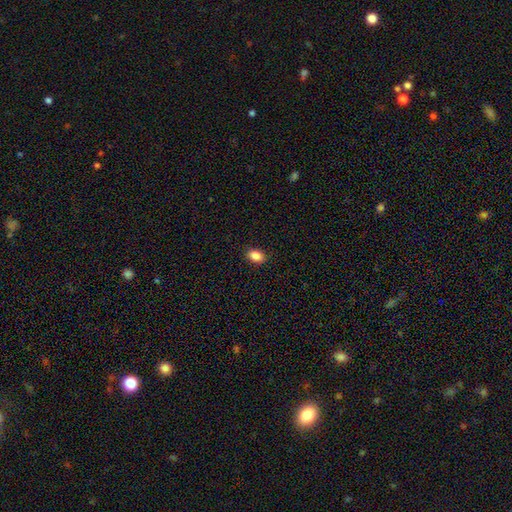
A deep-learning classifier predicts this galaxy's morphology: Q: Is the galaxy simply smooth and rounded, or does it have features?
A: smooth — 86%.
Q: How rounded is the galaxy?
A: in between — 81%.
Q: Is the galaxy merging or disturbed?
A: none — 90%.